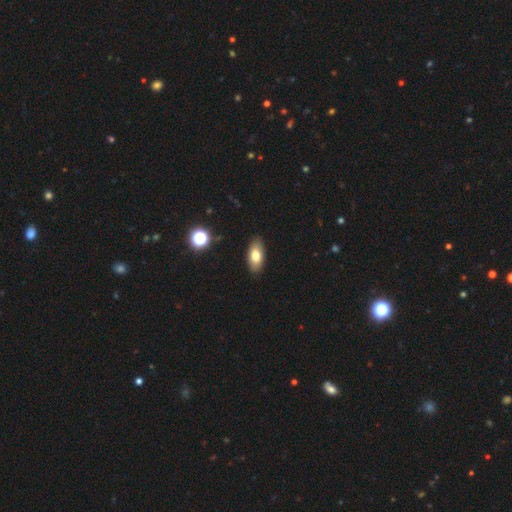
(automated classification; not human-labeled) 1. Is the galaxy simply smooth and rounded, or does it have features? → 76% smooth, 16% featured or disk, 8% star or artifact.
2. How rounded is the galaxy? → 89% in between, 7% cigar-shaped, 5% round.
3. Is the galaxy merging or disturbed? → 89% none, 8% minor disturbance, 2% major disturbance, 1% merger.